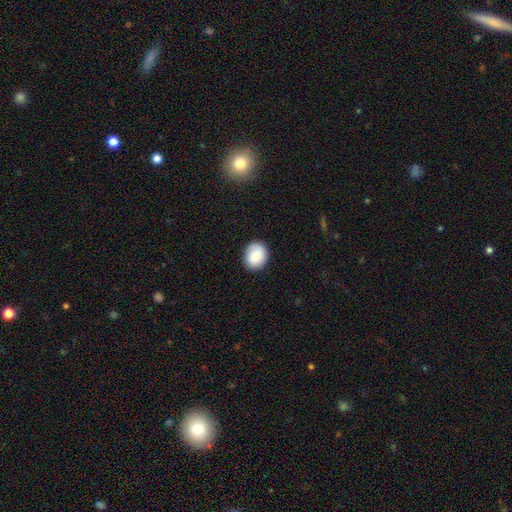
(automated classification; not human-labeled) Smooth or featured: smooth — 84% (featured or disk — 8%)
How rounded: round — 63% (in between — 36%)
Merging: none — 84% (minor disturbance — 12%)